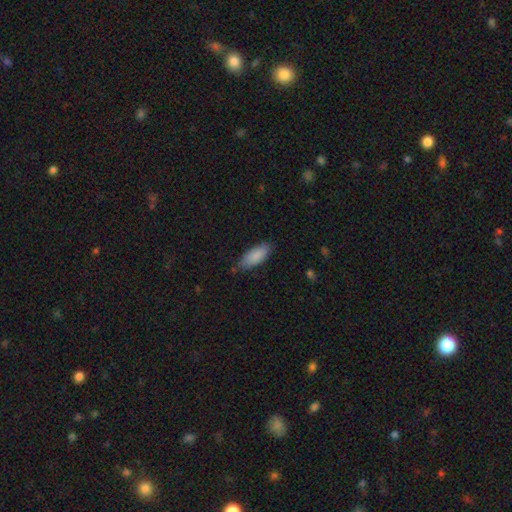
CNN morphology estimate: Smooth or featured? Predicted: smooth (p=0.87). How rounded? Predicted: in between (p=0.73). Merging? Predicted: none (p=0.77).